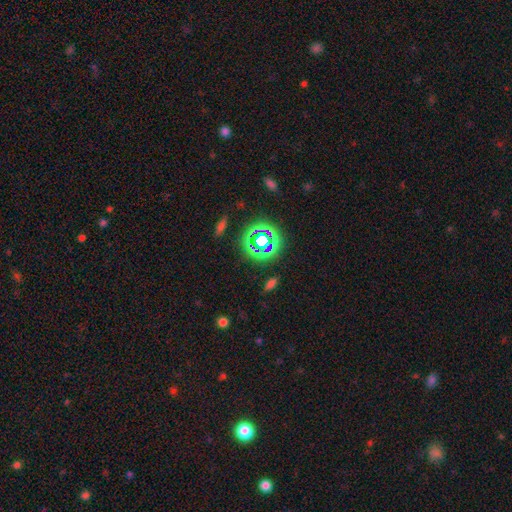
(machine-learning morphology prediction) smooth_or_featured: star or artifact (p=0.66) [alt: smooth p=0.27]